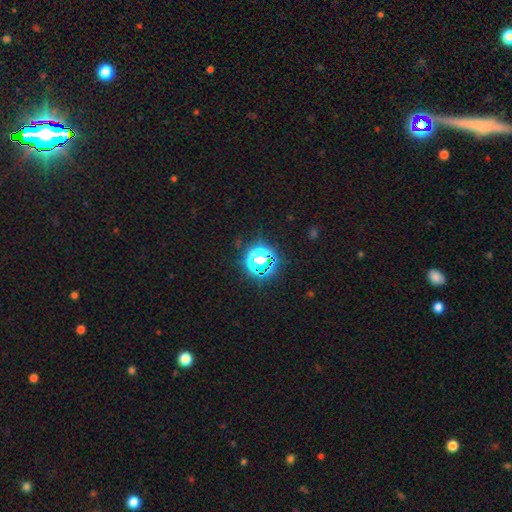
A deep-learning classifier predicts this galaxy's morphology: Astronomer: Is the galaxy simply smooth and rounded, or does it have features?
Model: star or artifact — 70%.